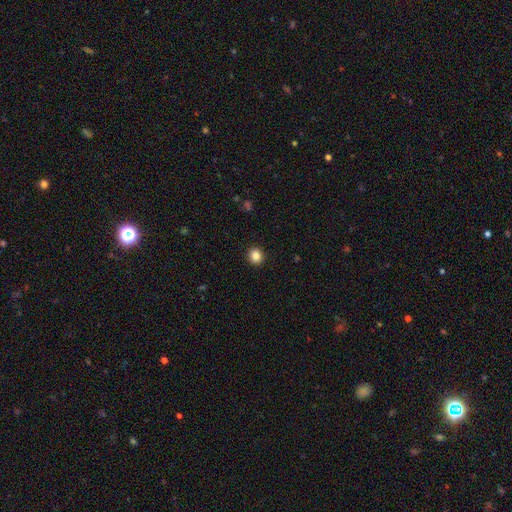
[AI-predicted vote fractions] Smooth or featured? smooth (86%)
How rounded? round (86%)
Merging? none (93%)